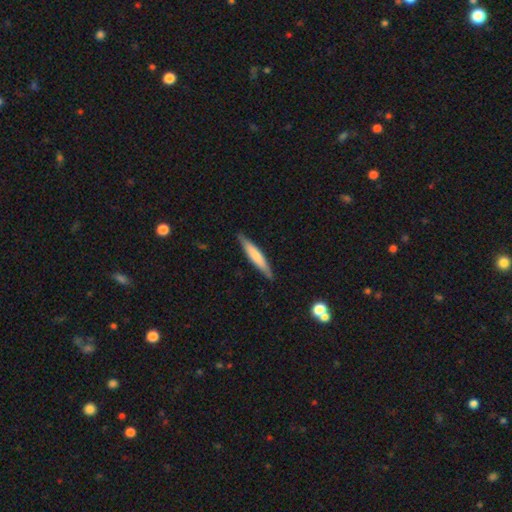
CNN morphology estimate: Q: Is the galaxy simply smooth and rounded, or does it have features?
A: smooth — 64%.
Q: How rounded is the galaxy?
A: cigar-shaped — 91%.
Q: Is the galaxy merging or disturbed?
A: none — 87%.